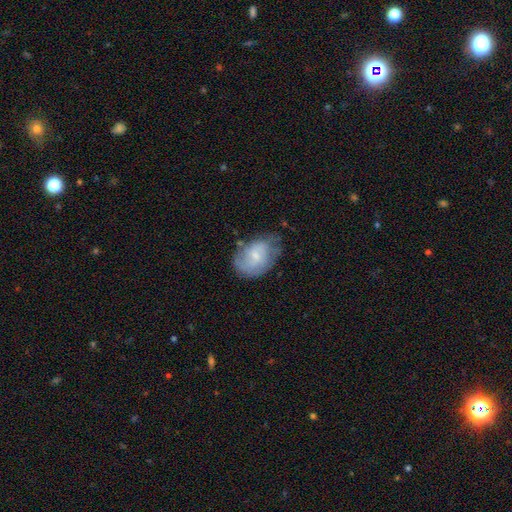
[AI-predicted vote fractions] Overall: smooth (47%; featured or disk 45%). Merging: none (51%; minor disturbance 32%).